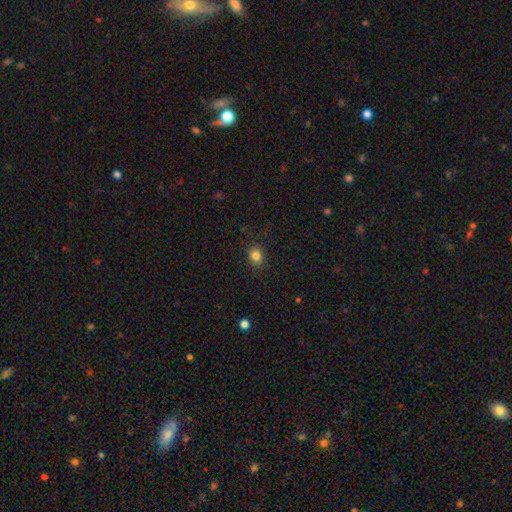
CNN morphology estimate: smooth-or-featured: smooth: 83% | star or artifact: 12% | featured or disk: 5%
  how-rounded: round: 62% | in between: 37% | cigar-shaped: 1%
  merging: none: 87% | minor disturbance: 10% | major disturbance: 3% | merger: 1%